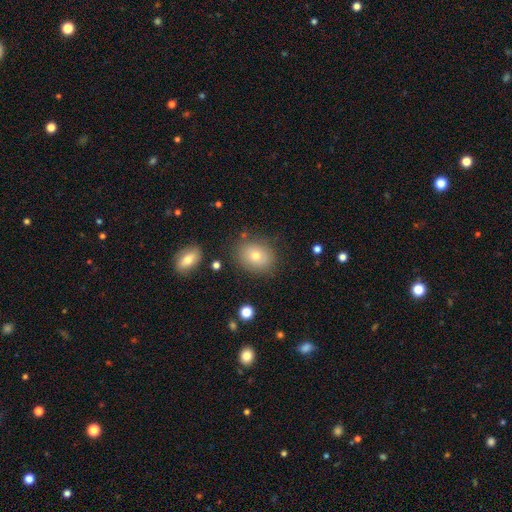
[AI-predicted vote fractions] This is likely a smooth galaxy (72%). How rounded: possibly round (50%). Merging: clearly none (80%).